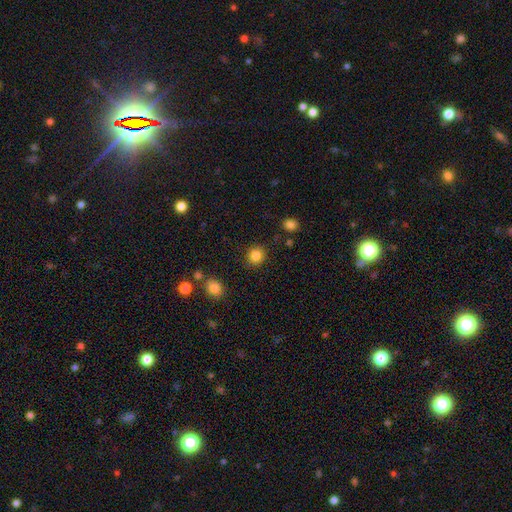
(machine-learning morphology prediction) Q: Smooth or featured?
A: smooth (85%); runner-up: star or artifact (11%)
Q: How rounded?
A: round (89%); runner-up: in between (10%)
Q: Merging?
A: none (89%); runner-up: minor disturbance (7%)